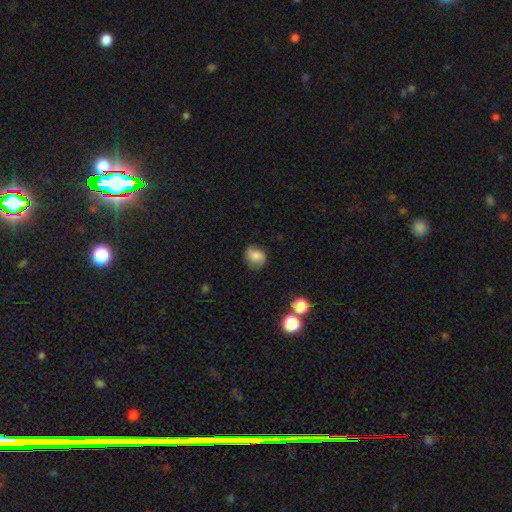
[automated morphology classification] A smooth galaxy with no disk features (66%) that is round (65%). Merging: none (72%).